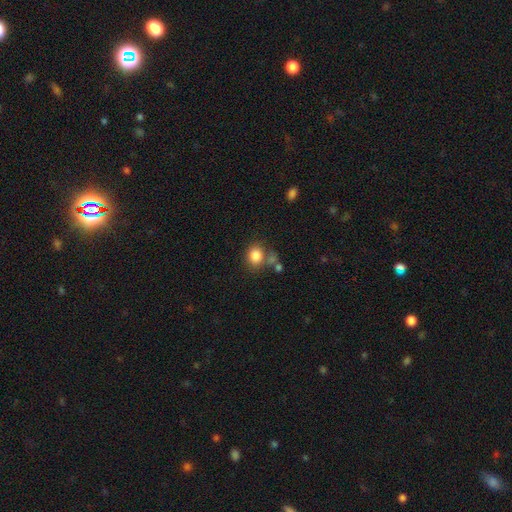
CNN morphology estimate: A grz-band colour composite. It shows a smooth galaxy with no disk features (83%) that is round (69%). Merging: none (64%).